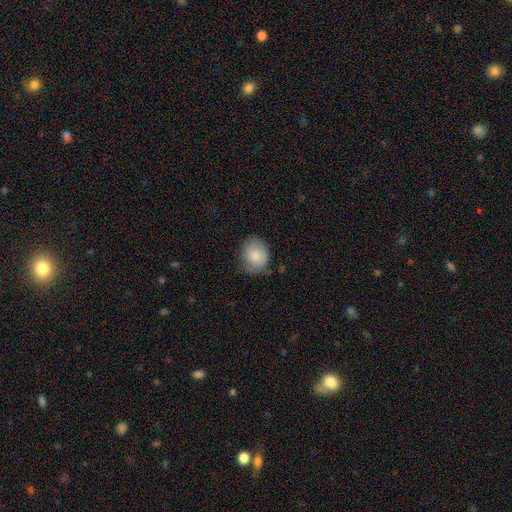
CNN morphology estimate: Smooth or featured? Predicted: smooth (p=0.81). How rounded? Predicted: round (p=0.63). Merging? Predicted: none (p=0.61).